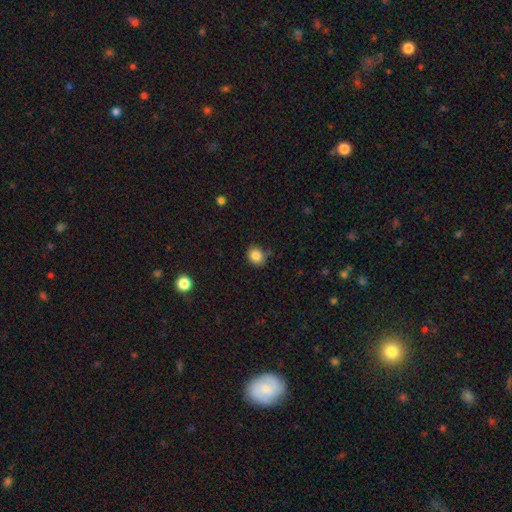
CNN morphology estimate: The model was most divided on "how rounded": round: 67%, in between: 32%, cigar-shaped: 1%. More confident: smooth or featured — smooth (85%); merging — none (77%).